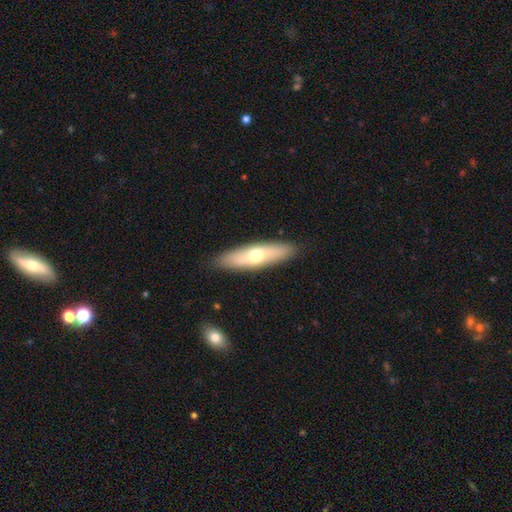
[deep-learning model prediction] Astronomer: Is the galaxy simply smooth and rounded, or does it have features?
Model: smooth — 56% (runner-up: featured or disk, 39%).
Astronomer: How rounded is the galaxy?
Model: cigar-shaped — 59% (runner-up: in between, 38%).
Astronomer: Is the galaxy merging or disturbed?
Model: none — 89%.